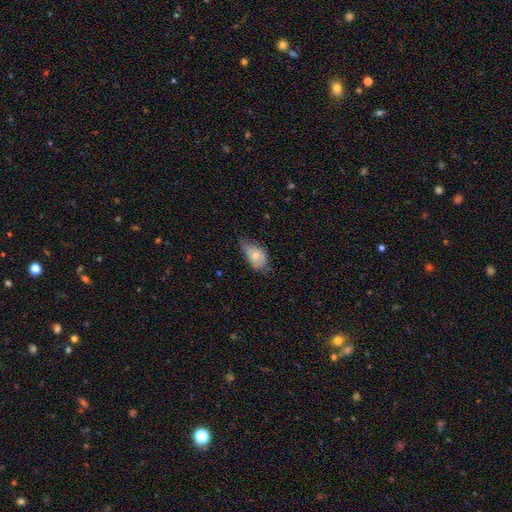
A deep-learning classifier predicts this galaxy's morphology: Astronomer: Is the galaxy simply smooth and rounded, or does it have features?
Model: smooth — 66%.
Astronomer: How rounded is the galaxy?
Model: in between — 88%.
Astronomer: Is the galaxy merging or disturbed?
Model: minor disturbance — 45% (runner-up: none, 36%).